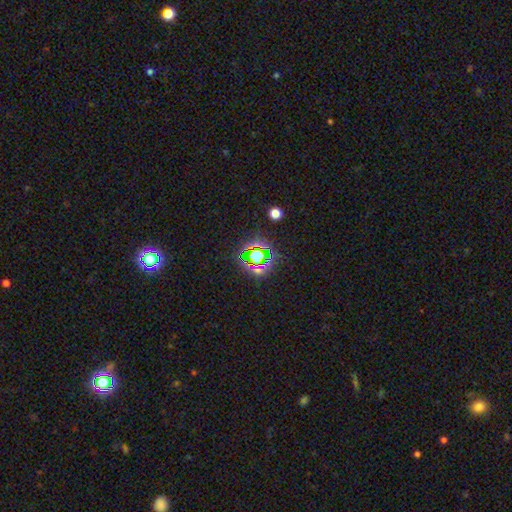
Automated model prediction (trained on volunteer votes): This appears to be a star or artifact, not a galaxy (67%).